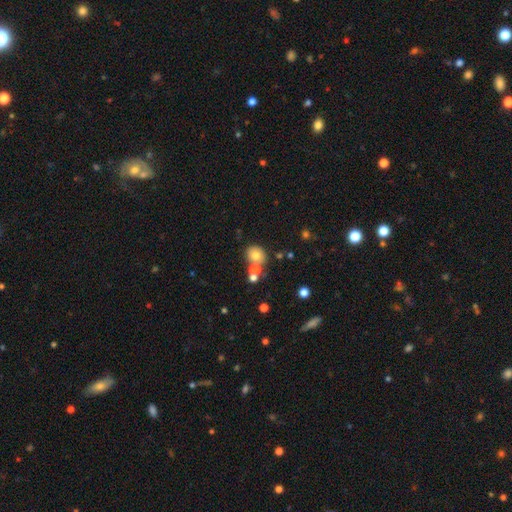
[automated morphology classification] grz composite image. It shows a smooth galaxy with no disk features (72%) that is round (67%). Merging: none (58%).